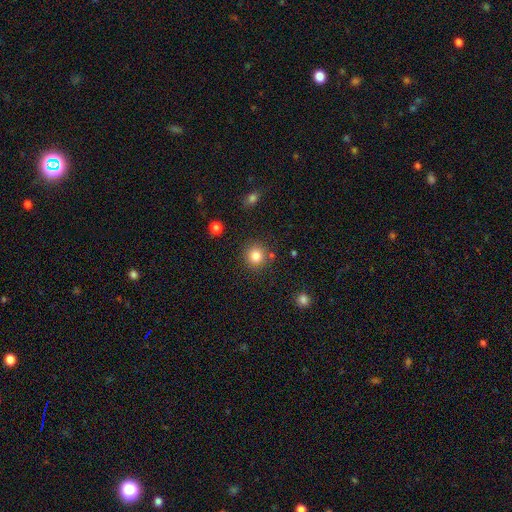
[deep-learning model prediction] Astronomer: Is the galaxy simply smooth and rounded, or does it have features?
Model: smooth — 82%.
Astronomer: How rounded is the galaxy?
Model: round — 93%.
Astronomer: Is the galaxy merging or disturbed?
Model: none — 85%.